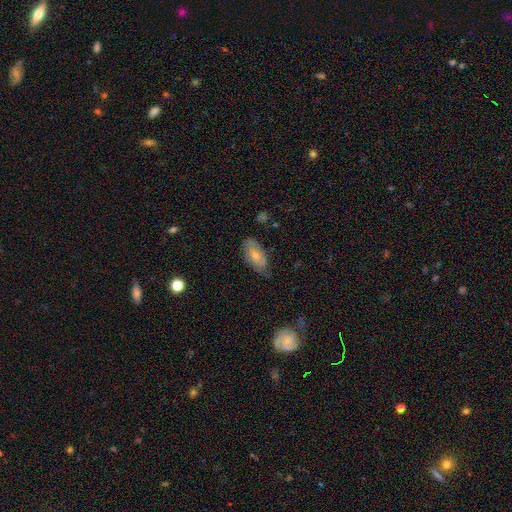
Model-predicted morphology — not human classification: A smooth galaxy with no disk features (67%) that is in between round and cigar-shaped (92%). Merging: none (71%).